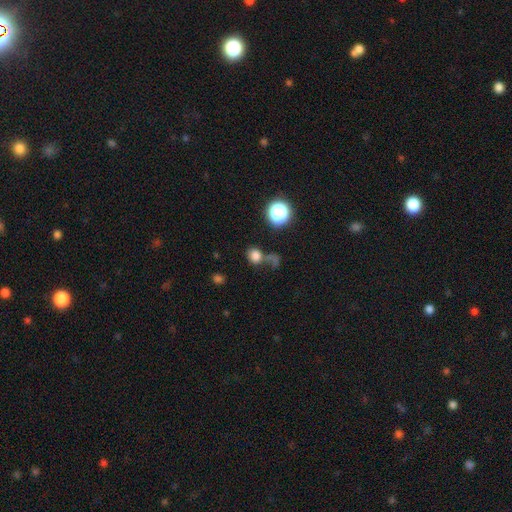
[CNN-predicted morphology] A smooth galaxy with no disk features (76%) that is round (75%).

Vote fractions:
- Smooth or featured? smooth: 76% / star or artifact: 16% / featured or disk: 8%
- How rounded? round: 75% / in between: 24% / cigar-shaped: 1%
- Merging? none: 47% / merger: 26% / major disturbance: 15% / minor disturbance: 13%